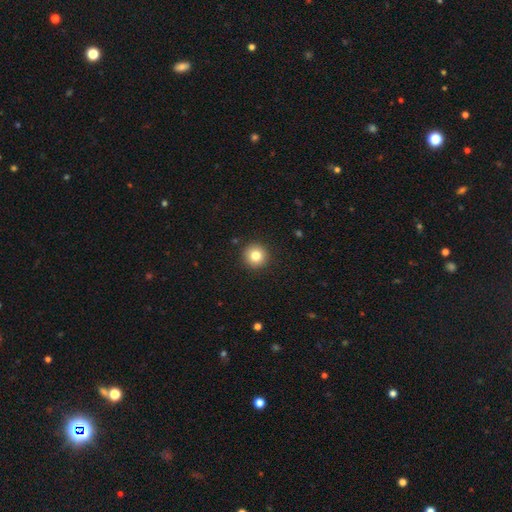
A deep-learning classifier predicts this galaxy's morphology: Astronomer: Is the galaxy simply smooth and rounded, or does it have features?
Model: smooth — 81%.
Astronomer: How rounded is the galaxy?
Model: round — 95%.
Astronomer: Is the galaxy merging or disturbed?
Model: none — 92%.